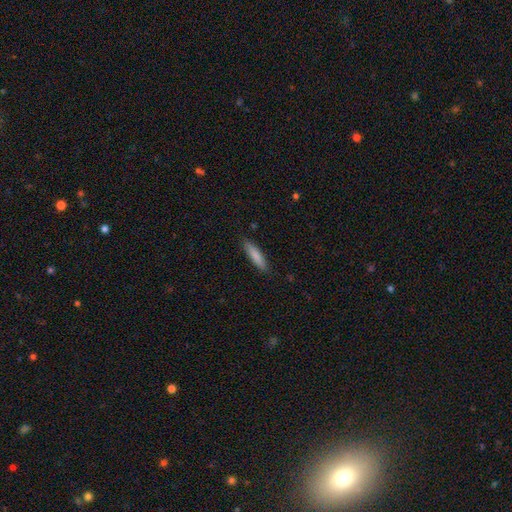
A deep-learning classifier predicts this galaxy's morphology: smooth 82%, featured or disk 12%, star or artifact 6%. Down the decision tree: how rounded — cigar-shaped (82%); merging — none (88%).